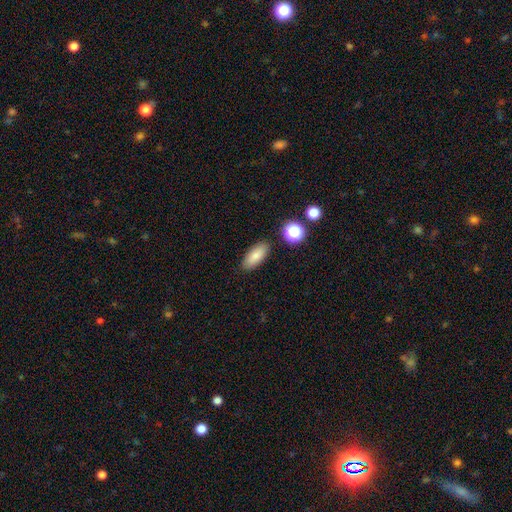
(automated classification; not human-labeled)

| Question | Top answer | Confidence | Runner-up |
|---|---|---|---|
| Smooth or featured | smooth | 81% | featured or disk (10%) |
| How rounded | in between | 80% | cigar-shaped (16%) |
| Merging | none | 86% | minor disturbance (9%) |